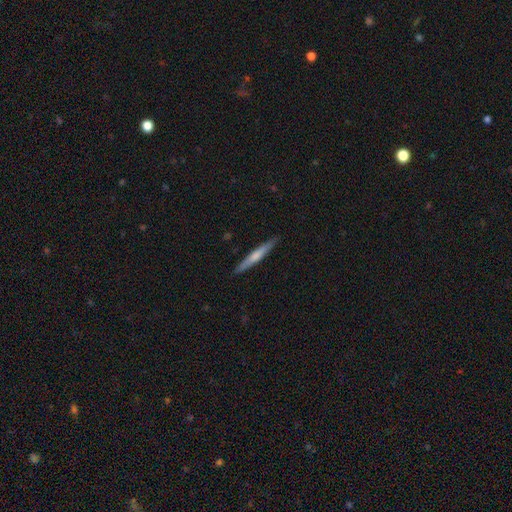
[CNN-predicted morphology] Smooth or featured?
  - smooth: 54% *
  - featured or disk: 41%
  - star or artifact: 5%
How rounded?
  - cigar-shaped: 95% *
  - in between: 4%
  - round: 1%
Merging?
  - none: 90% *
  - minor disturbance: 7%
  - major disturbance: 1%
  - merger: 1%